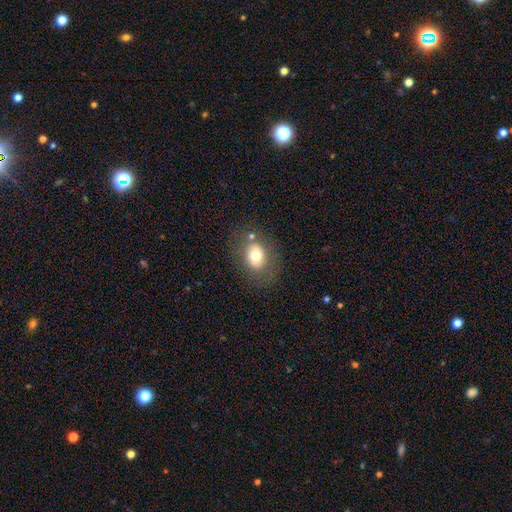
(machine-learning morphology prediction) This appears to be a smooth galaxy with no disk features (70%) that is in between round and cigar-shaped (61%). Merging: none (71%).